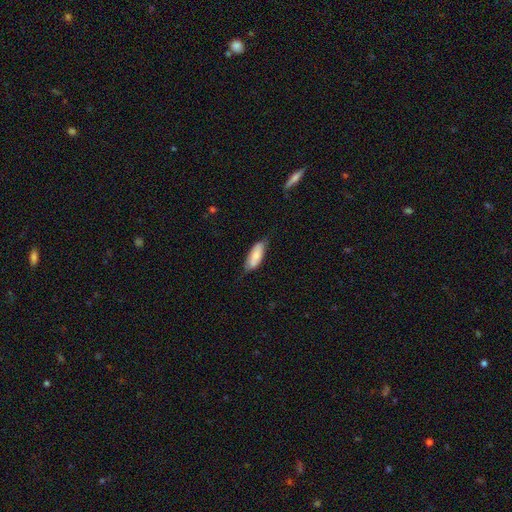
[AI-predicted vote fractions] Smooth or featured?
  - smooth: 75% *
  - featured or disk: 19%
  - star or artifact: 6%
How rounded?
  - in between: 72% *
  - cigar-shaped: 26%
  - round: 2%
Merging?
  - none: 66% *
  - minor disturbance: 26%
  - major disturbance: 5%
  - merger: 2%